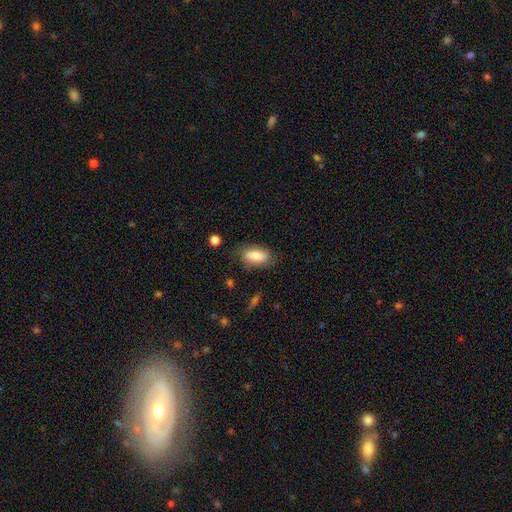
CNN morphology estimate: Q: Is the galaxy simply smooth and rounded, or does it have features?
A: smooth — 76%.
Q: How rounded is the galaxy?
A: in between — 86%.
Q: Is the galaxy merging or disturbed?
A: none — 75%.